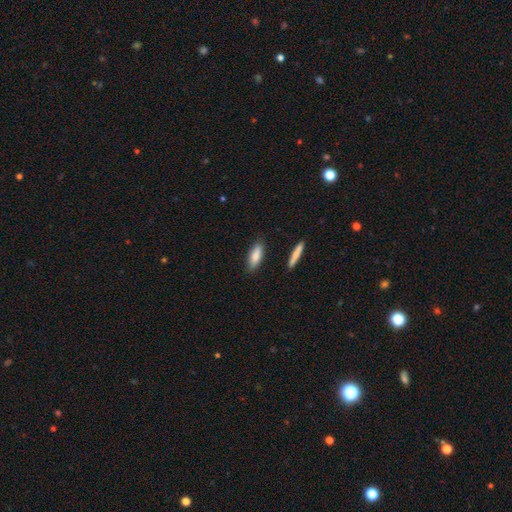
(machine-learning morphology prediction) Q: Smooth or featured?
A: smooth (83%); runner-up: featured or disk (11%)
Q: How rounded?
A: in between (56%); runner-up: cigar-shaped (42%)
Q: Merging?
A: none (84%); runner-up: minor disturbance (11%)